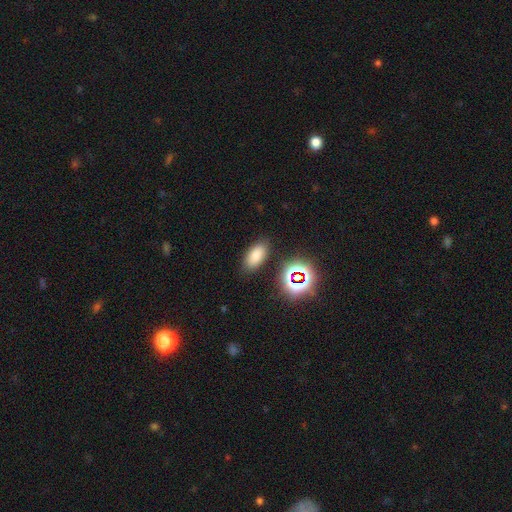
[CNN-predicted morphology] This is likely a smooth galaxy (74%). How rounded: clearly in between (90%). Merging: clearly none (85%).